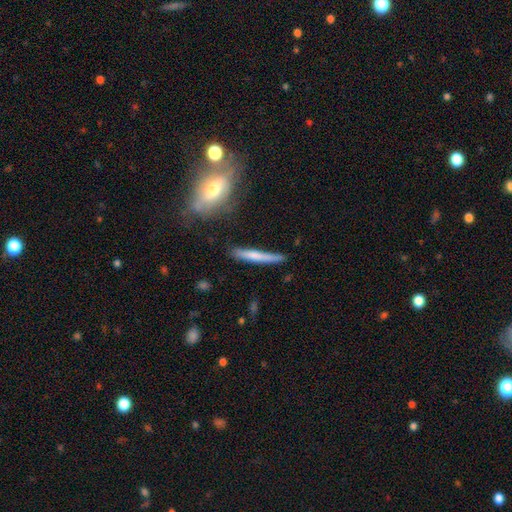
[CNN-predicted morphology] This is possibly a smooth galaxy (59%). How rounded: clearly cigar-shaped (94%). Merging: likely none (77%).